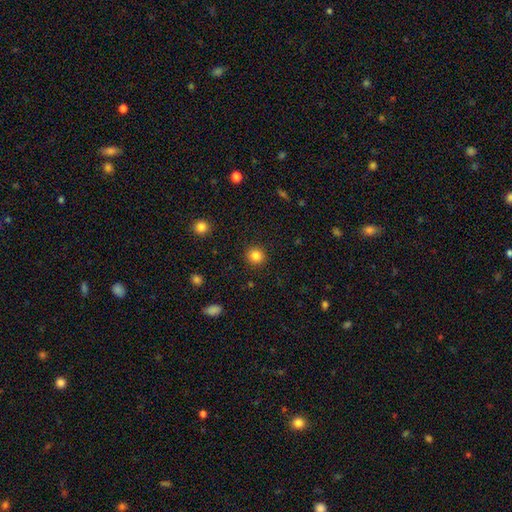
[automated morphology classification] Q: Smooth or featured?
A: smooth (84%); runner-up: star or artifact (11%)
Q: How rounded?
A: round (91%); runner-up: in between (8%)
Q: Merging?
A: none (91%); runner-up: minor disturbance (5%)